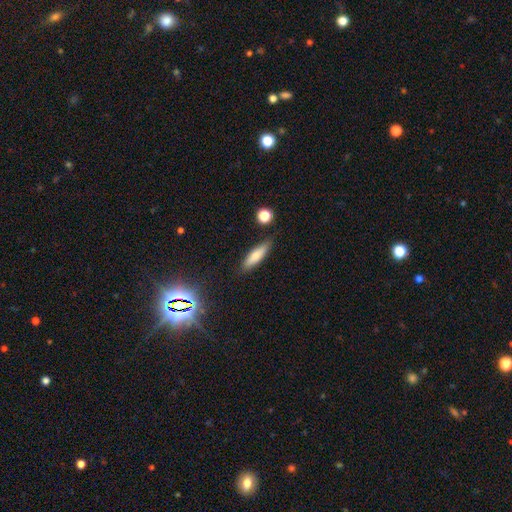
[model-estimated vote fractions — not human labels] Smooth or featured?
  - smooth: 75% *
  - featured or disk: 17%
  - star or artifact: 8%
How rounded?
  - cigar-shaped: 64% *
  - in between: 33%
  - round: 2%
Merging?
  - none: 85% *
  - minor disturbance: 10%
  - merger: 3%
  - major disturbance: 3%